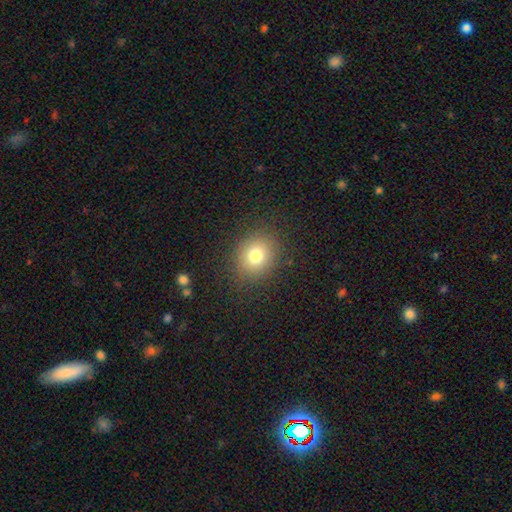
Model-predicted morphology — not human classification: A smooth galaxy with no disk features (77%) that is round (66%).

Vote fractions:
- Smooth or featured? smooth: 77% / star or artifact: 14% / featured or disk: 10%
- How rounded? round: 66% / in between: 33% / cigar-shaped: 1%
- Merging? none: 86% / minor disturbance: 9% / major disturbance: 4% / merger: 1%